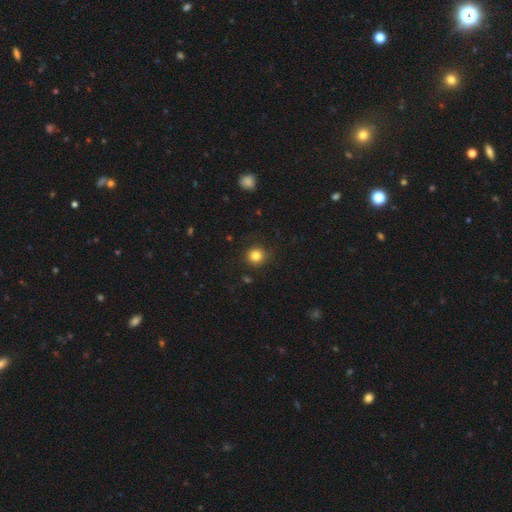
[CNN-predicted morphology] smooth 82%, star or artifact 13%, featured or disk 5%. Down the decision tree: how rounded — round (93%); merging — none (89%).